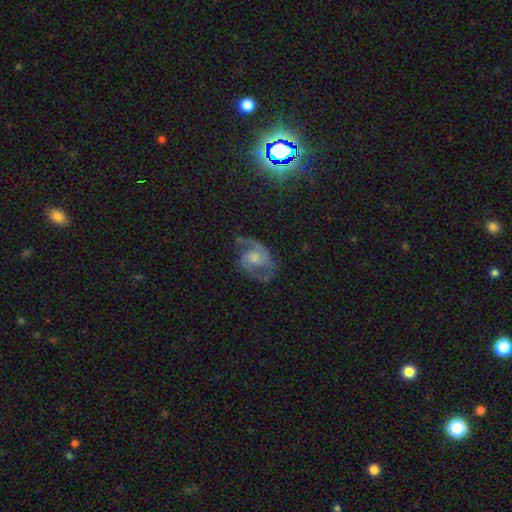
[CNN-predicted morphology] smooth-or-featured: featured or disk: 81% | star or artifact: 10% | smooth: 9%
  disk-edge-on: no: 98% | yes: 2%
    bar: no: 58% | weak: 35% | strong: 7%
    has-spiral-arms: yes: 95% | no: 5%
      spiral-winding: medium: 55% | tight: 25% | loose: 20%
      spiral-arm-count: 2: 78% | can't tell: 8% | 3: 6% | 1: 5% | 4: 2% | more than 4: 2%
    bulge-size: small: 40% (tied) | moderate: 40% (tied) | none: 13% | large: 6% | dominant: 1%
  merging: none: 62% | minor disturbance: 21% | major disturbance: 15% | merger: 2%